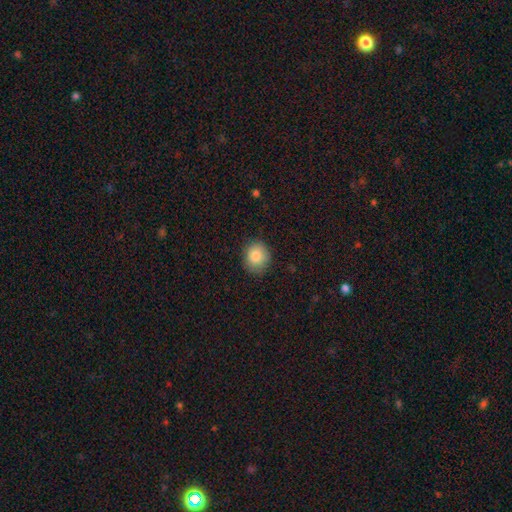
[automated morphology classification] Smooth or featured: smooth — 86% (star or artifact — 9%)
How rounded: round — 76% (in between — 23%)
Merging: none — 82% (minor disturbance — 14%)